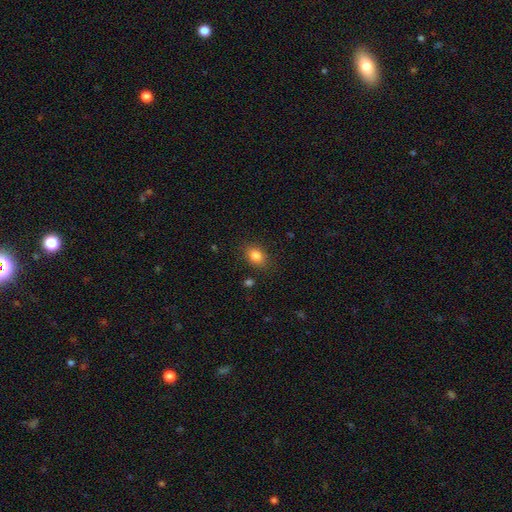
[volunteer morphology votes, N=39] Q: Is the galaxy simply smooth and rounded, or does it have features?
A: smooth — 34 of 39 (87%).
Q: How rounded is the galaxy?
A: in between — 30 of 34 (88%).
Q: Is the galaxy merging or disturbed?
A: none — 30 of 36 (83%).